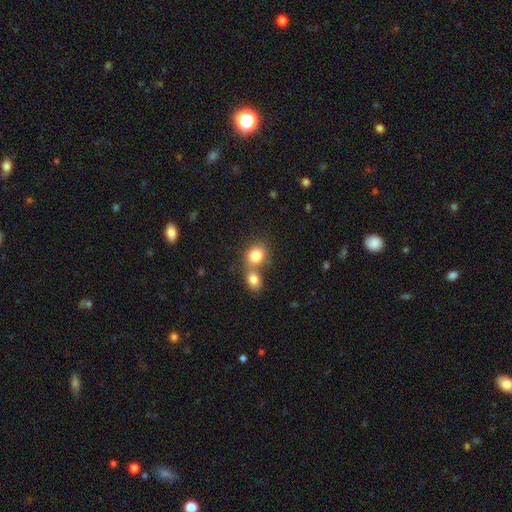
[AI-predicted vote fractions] smooth_or_featured: smooth (p=0.81) [alt: star or artifact p=0.09]
how_rounded: round (p=0.62) [alt: in between p=0.37]
merging: merger (p=0.54) [alt: none p=0.36]